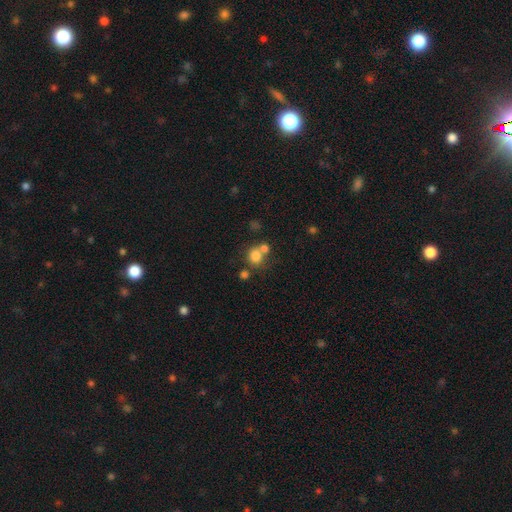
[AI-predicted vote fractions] smooth-or-featured: smooth: 77% | star or artifact: 13% | featured or disk: 9%
  how-rounded: round: 83% | in between: 16% | cigar-shaped: 1%
  merging: none: 53% | merger: 34% | minor disturbance: 9% | major disturbance: 4%